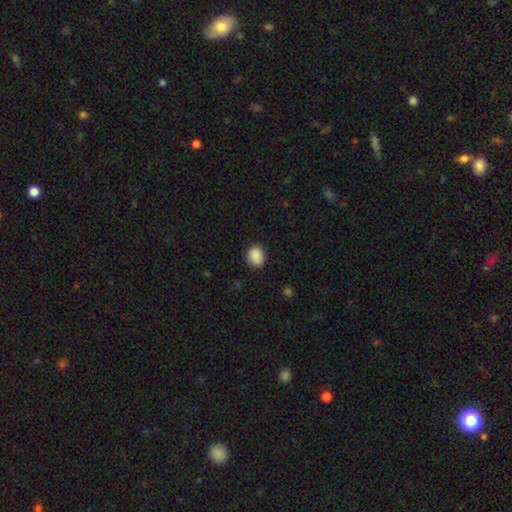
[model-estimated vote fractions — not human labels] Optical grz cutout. It shows a smooth galaxy with no disk features (89%) that is round (63%). Merging: none (86%).